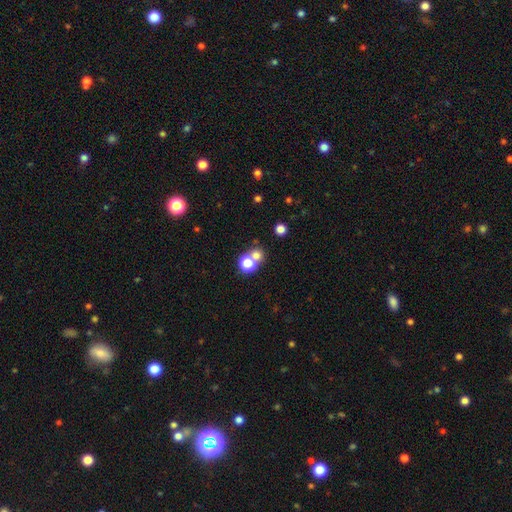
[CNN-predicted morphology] This appears to be a smooth galaxy with no disk features (71%) that is round (82%). Merging: none (48%).